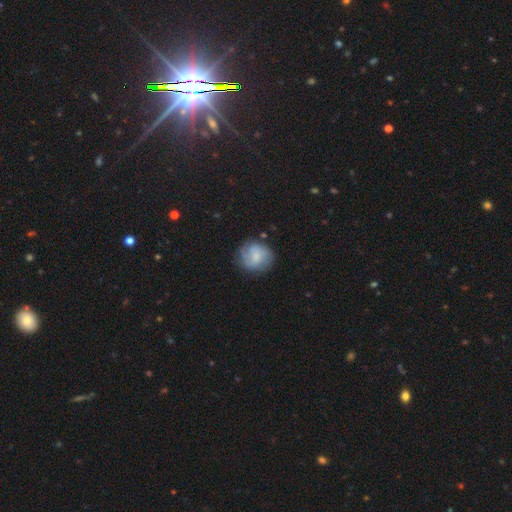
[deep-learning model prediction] smooth-or-featured: smooth: 57% | featured or disk: 35% | star or artifact: 8%
  how-rounded: round: 84% | in between: 15% | cigar-shaped: 1%
  merging: none: 72% | minor disturbance: 19% | major disturbance: 7% | merger: 2%